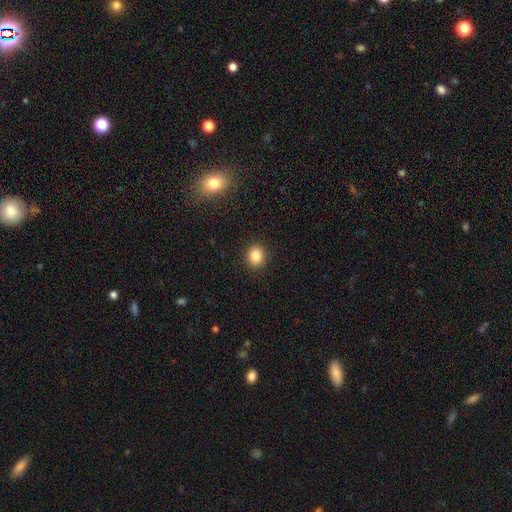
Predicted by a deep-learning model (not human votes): Overall: smooth (85%). How rounded: round (70%). Merging: none (91%).